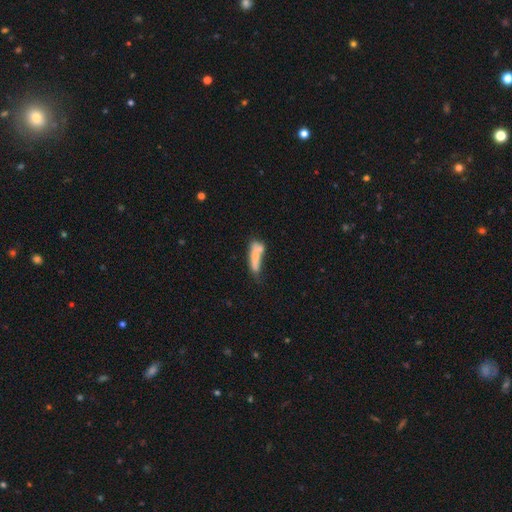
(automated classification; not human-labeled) smooth 61%, featured or disk 30%, star or artifact 8%. Down the decision tree: how rounded — cigar-shaped (56%); merging — merger (37%).